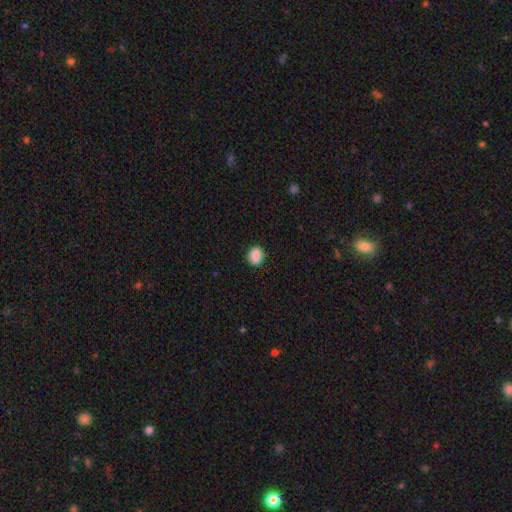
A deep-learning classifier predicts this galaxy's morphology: Overall: smooth (86%). How rounded: in between (50%; round 49%). Merging: none (85%).